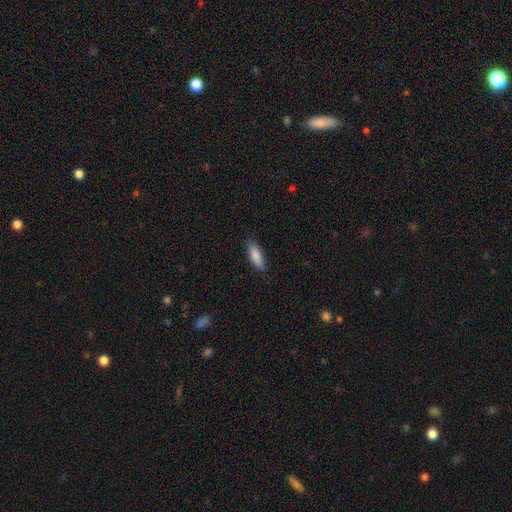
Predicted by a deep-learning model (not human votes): The model was most divided on "how rounded": in between: 65%, cigar-shaped: 33%, round: 2%. More confident: smooth or featured — smooth (84%); merging — none (82%).